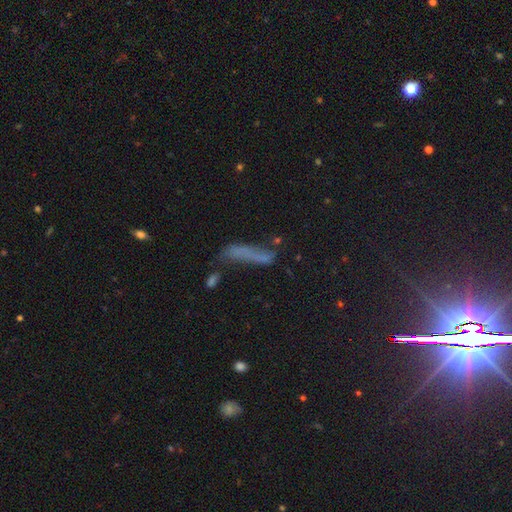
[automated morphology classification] type=smooth (57%); roundness=cigar-shaped (74%); merging=none (39%).